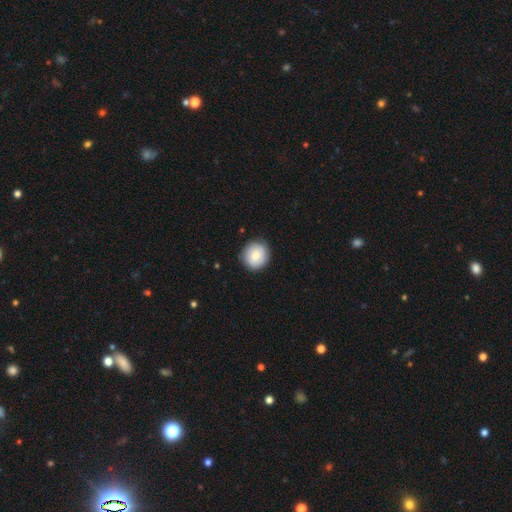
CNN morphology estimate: smooth_or_featured: smooth (p=0.77) [alt: featured or disk p=0.15]
how_rounded: round (p=0.90) [alt: in between p=0.09]
merging: none (p=0.88) [alt: minor disturbance p=0.09]